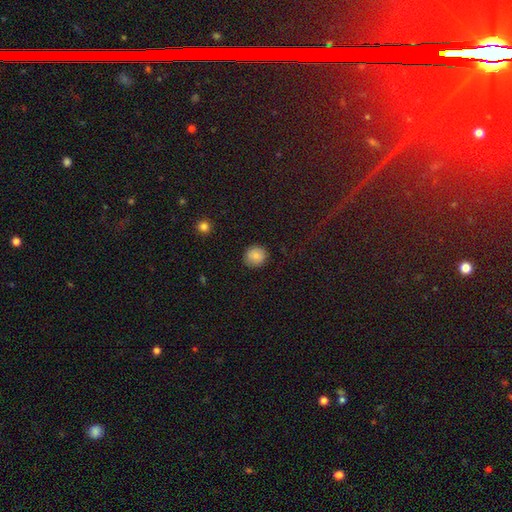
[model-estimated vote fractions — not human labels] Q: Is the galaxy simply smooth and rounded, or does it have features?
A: smooth — 81%.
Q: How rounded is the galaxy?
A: round — 88%.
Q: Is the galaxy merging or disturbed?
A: none — 88%.